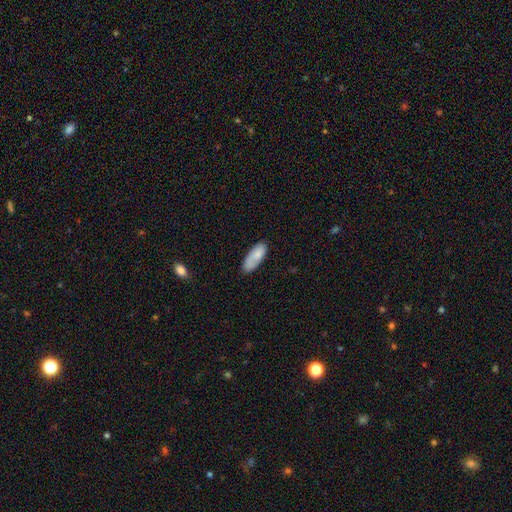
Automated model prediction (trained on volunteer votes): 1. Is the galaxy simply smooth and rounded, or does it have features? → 81% smooth, 13% featured or disk, 7% star or artifact.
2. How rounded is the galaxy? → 78% in between, 20% cigar-shaped, 2% round.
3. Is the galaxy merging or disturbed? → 70% none, 23% minor disturbance, 5% major disturbance, 3% merger.